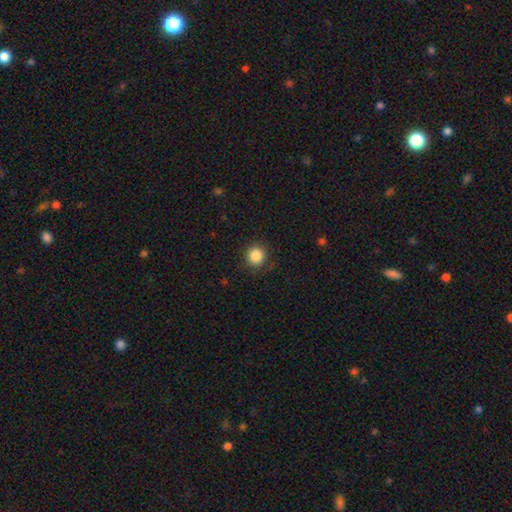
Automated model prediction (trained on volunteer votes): smooth-or-featured: smooth: 86% | star or artifact: 10% | featured or disk: 4%
  how-rounded: round: 92% | in between: 7% | cigar-shaped: 1%
  merging: none: 86% | minor disturbance: 10% | major disturbance: 3% | merger: 1%